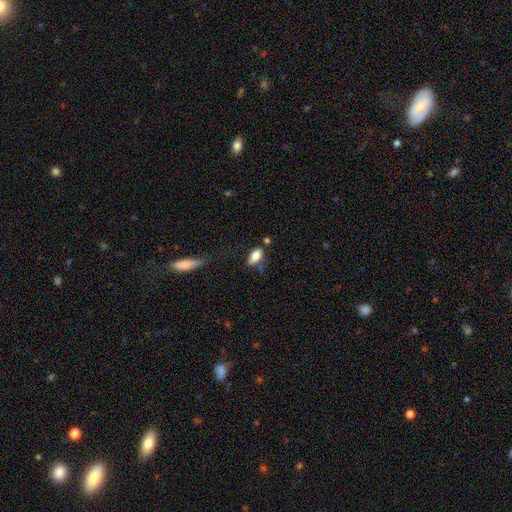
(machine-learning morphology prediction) The model was most divided on "merging": none: 55%, minor disturbance: 27%, major disturbance: 10%, merger: 8%. More confident: how rounded — in between (85%); smooth or featured — smooth (78%).